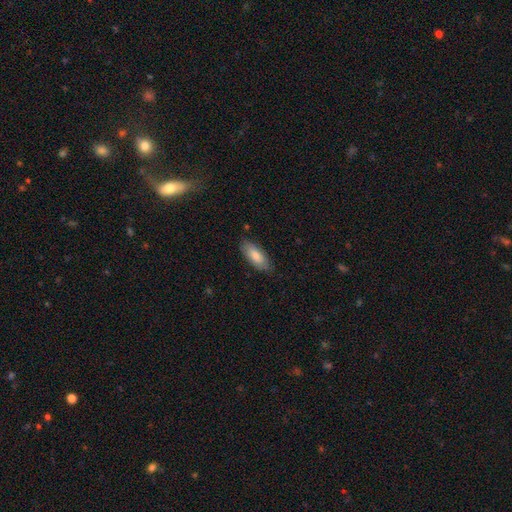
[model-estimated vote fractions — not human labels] The model was most divided on "how rounded": in between: 79%, cigar-shaped: 19%, round: 2%. More confident: merging — none (82%); smooth or featured — smooth (81%).